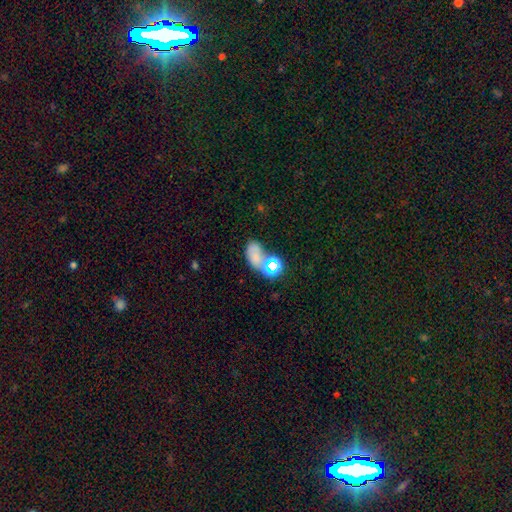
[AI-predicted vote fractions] This is possibly a smooth galaxy (60%). How rounded: clearly in between (81%). Merging: marginally merger (36%).